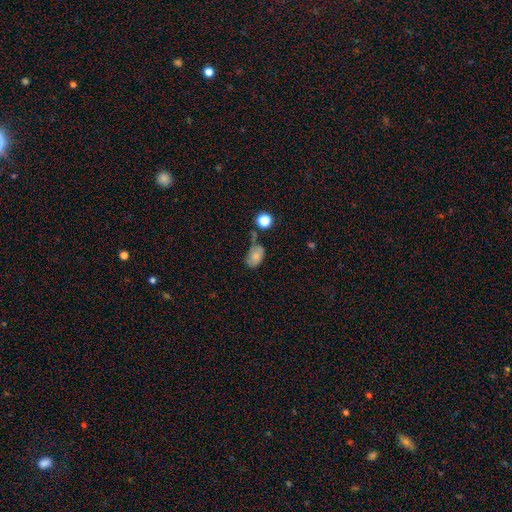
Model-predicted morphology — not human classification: A smooth galaxy with no disk features (77%) that is in between round and cigar-shaped (85%). Merging: none (45%).